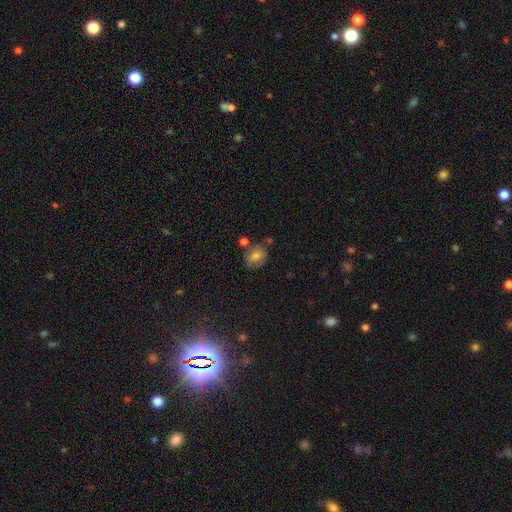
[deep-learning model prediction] smooth-or-featured: smooth: 76% | featured or disk: 14% | star or artifact: 11%
  how-rounded: round: 52% | in between: 47% | cigar-shaped: 1%
  merging: none: 68% | minor disturbance: 16% | merger: 11% | major disturbance: 5%